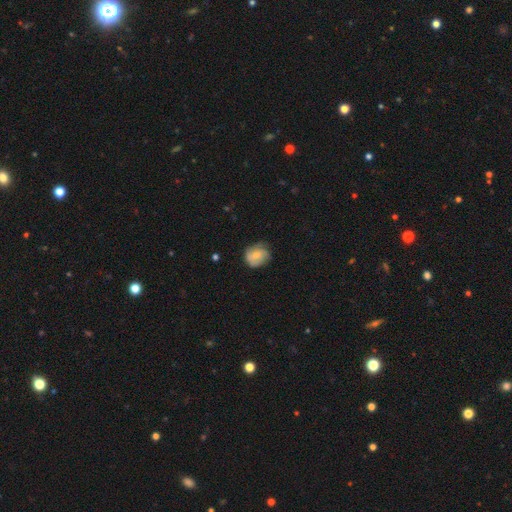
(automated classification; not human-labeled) Smooth or featured: smooth — 51% (featured or disk — 42%)
How rounded: round — 70% (in between — 29%)
Merging: none — 59% (minor disturbance — 31%)